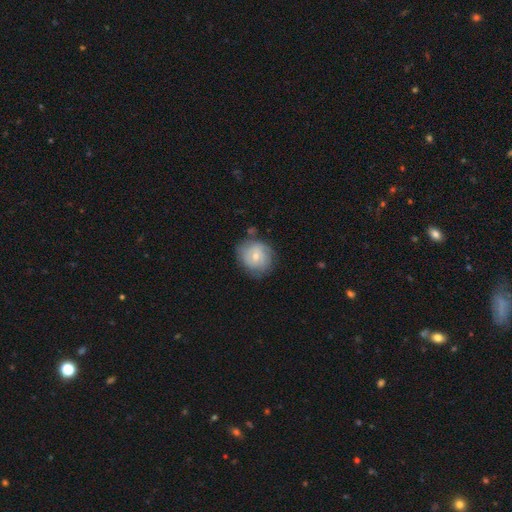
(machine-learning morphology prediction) A featured or disk galaxy (57%) with no bar (58%), spiral arms (79%) and a small central bulge (55%).

Vote fractions:
- Smooth or featured? featured or disk: 57% / smooth: 36% / star or artifact: 7%
- Edge-on disk? no: 97% / yes: 3%
- Bar? no: 58% / weak: 36% / strong: 6%
- Spiral arms? yes: 79% / no: 21%
- Bulge size? small: 55% / moderate: 41% / large: 2% / none: 1% / dominant: 1%
- Merging? none: 70% / minor disturbance: 20% / major disturbance: 7% / merger: 3%